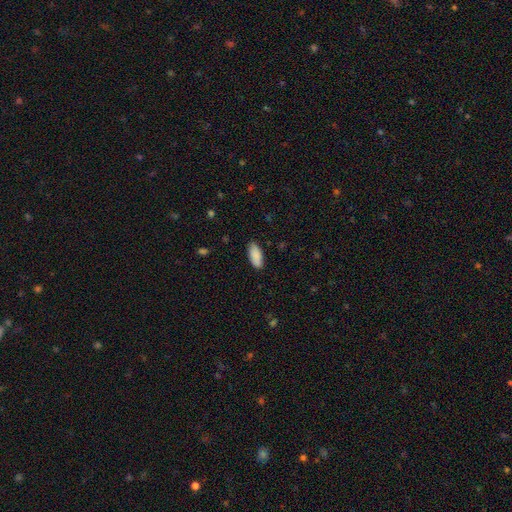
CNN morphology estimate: Q: Smooth or featured?
A: smooth (90%); runner-up: star or artifact (6%)
Q: How rounded?
A: in between (86%); runner-up: cigar-shaped (12%)
Q: Merging?
A: none (86%); runner-up: minor disturbance (11%)